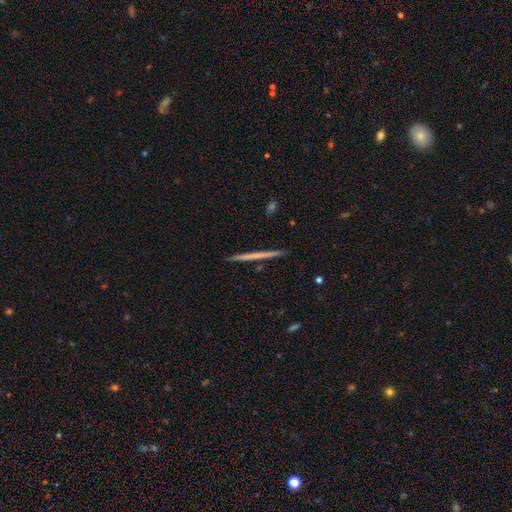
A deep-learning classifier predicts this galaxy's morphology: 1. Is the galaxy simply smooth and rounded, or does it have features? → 47% smooth (tied), 47% featured or disk (tied), 5% star or artifact.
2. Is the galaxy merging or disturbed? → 93% none, 5% minor disturbance, 1% merger, 1% major disturbance.